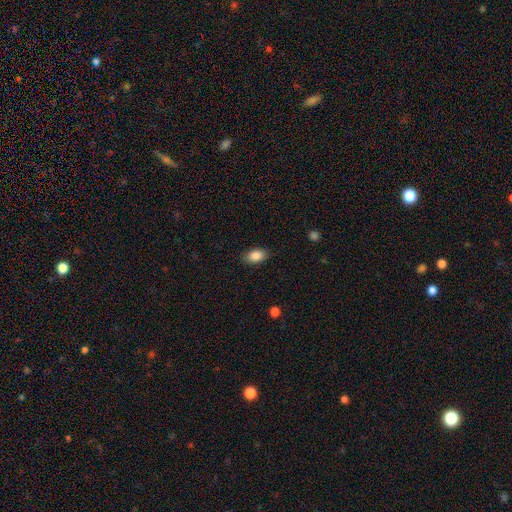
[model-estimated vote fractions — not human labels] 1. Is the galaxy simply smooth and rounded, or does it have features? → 87% smooth, 8% star or artifact, 5% featured or disk.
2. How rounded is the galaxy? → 89% in between, 9% round, 2% cigar-shaped.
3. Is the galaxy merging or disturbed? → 87% none, 10% minor disturbance, 3% major disturbance, 1% merger.